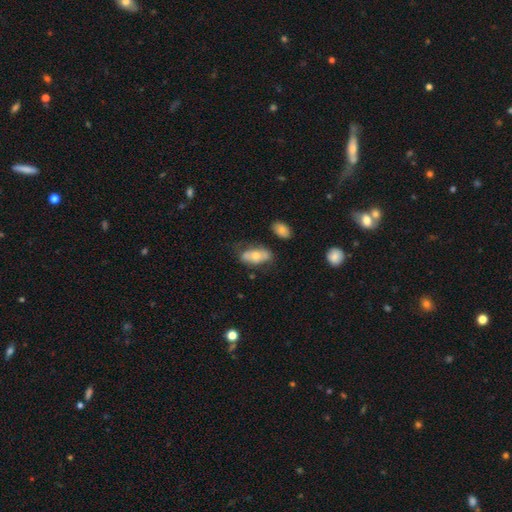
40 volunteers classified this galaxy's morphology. A smooth galaxy with no disk features (55%) that is in between round and cigar-shaped (95%). Merging: none (67%).